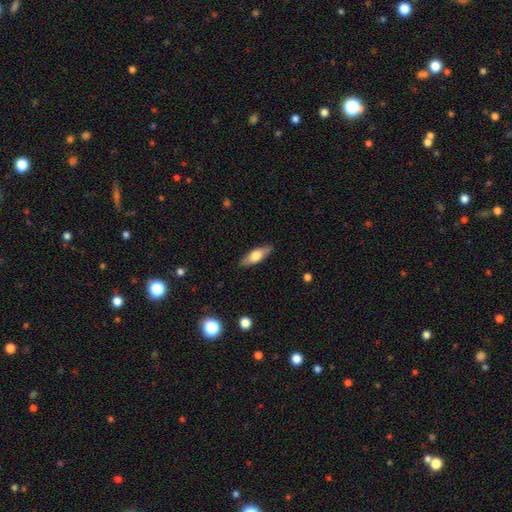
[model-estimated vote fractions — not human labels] Smooth or featured?
  - smooth: 62% *
  - featured or disk: 32%
  - star or artifact: 6%
How rounded?
  - in between: 61% *
  - cigar-shaped: 36%
  - round: 3%
Merging?
  - none: 87% *
  - minor disturbance: 10%
  - major disturbance: 2%
  - merger: 1%